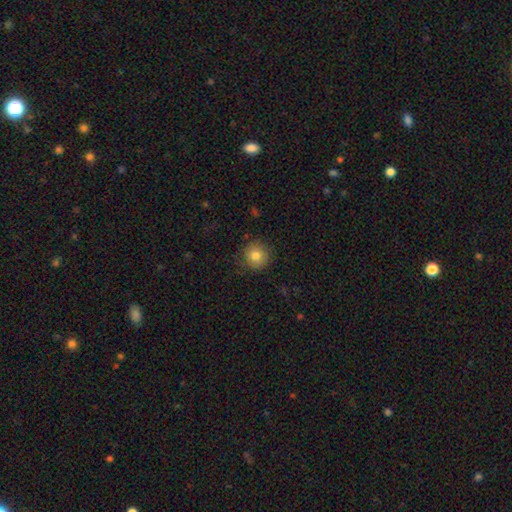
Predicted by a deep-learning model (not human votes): smooth_or_featured: smooth (p=0.81) [alt: star or artifact p=0.10]
how_rounded: round (p=0.94) [alt: in between p=0.05]
merging: none (p=0.84) [alt: minor disturbance p=0.11]